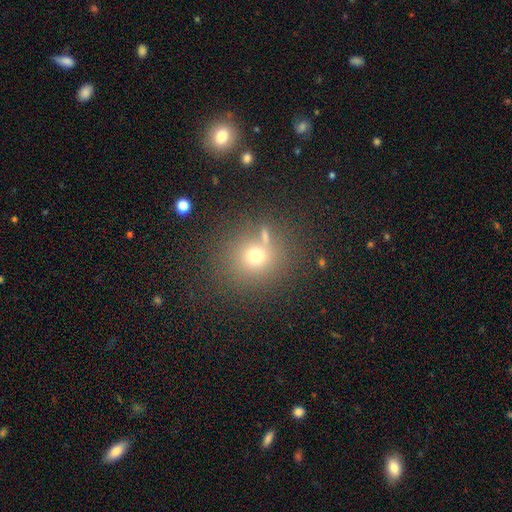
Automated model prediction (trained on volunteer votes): smooth_or_featured: smooth (p=0.68) [alt: star or artifact p=0.20]
how_rounded: round (p=0.83) [alt: in between p=0.16]
merging: none (p=0.72) [alt: merger p=0.12]